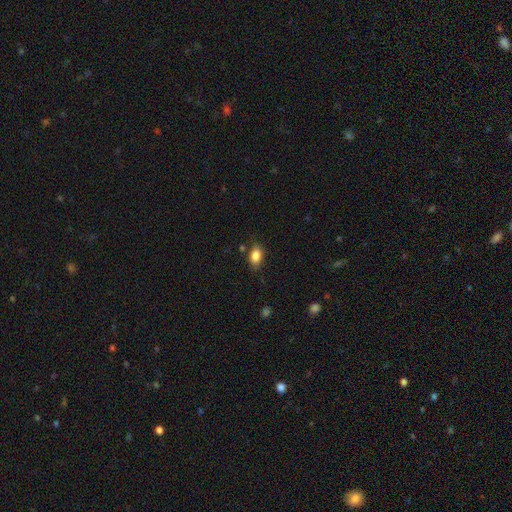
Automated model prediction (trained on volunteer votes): A smooth galaxy with no disk features (85%) that is in between round and cigar-shaped (86%). Merging: none (79%).